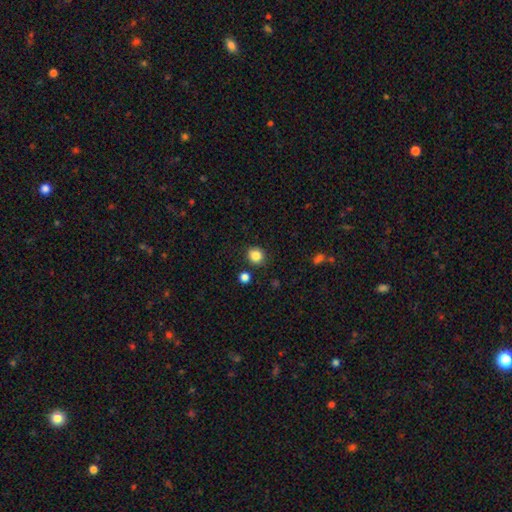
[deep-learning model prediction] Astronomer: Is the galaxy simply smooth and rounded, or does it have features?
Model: smooth — 85%.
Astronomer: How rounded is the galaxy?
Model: round — 85%.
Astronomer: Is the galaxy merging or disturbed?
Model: none — 86%.